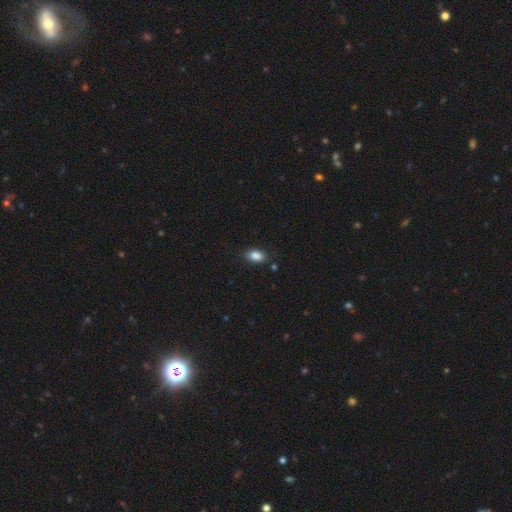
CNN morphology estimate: Smooth or featured? Predicted: smooth (p=0.87). How rounded? Predicted: in between (p=0.88). Merging? Predicted: none (p=0.83).